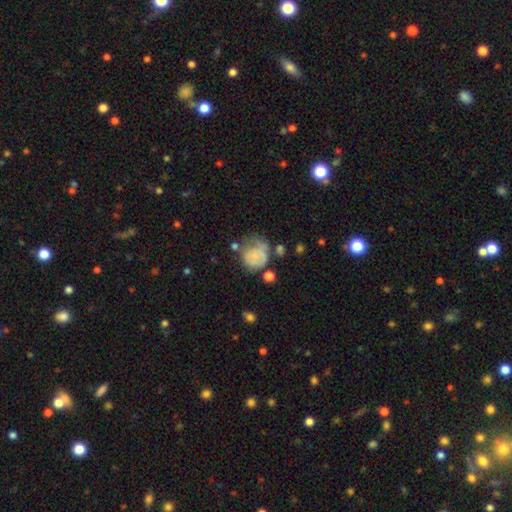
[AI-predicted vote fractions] Smooth or featured?
  - smooth: 66% *
  - featured or disk: 25%
  - star or artifact: 10%
How rounded?
  - round: 74% *
  - in between: 26%
  - cigar-shaped: 1%
Merging?
  - none: 33% *
  - minor disturbance: 30%
  - major disturbance: 28%
  - merger: 9%